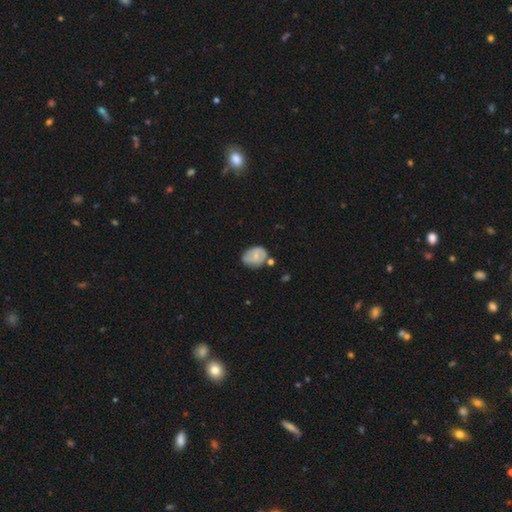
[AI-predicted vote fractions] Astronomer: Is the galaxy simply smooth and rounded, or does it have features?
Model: smooth — 50% (runner-up: featured or disk, 43%).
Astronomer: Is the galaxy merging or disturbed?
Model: none — 54% (runner-up: minor disturbance, 30%).